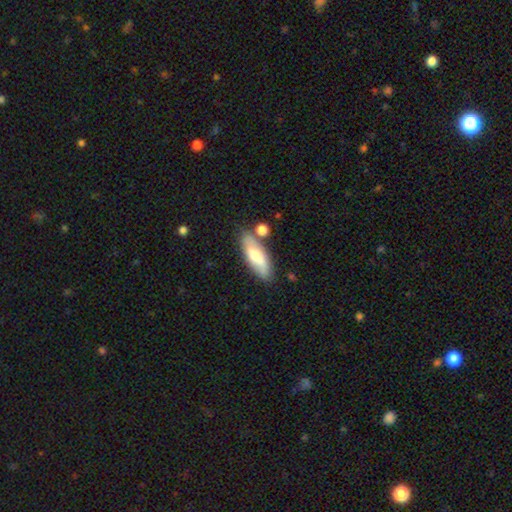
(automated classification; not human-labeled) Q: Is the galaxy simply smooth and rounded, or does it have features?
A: smooth — 64%.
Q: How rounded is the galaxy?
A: in between — 64%.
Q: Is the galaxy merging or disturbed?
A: none — 68%.